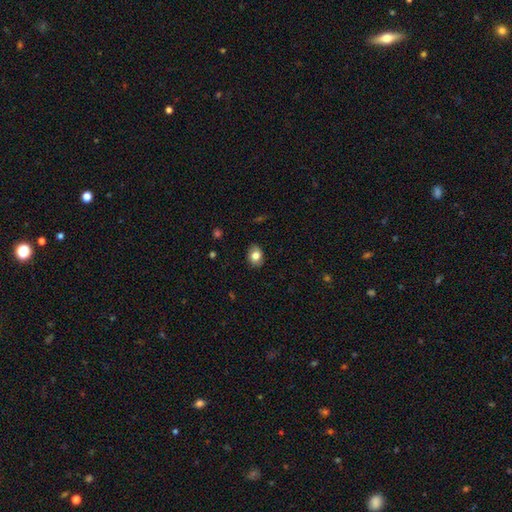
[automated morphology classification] smooth-or-featured: smooth: 81% | featured or disk: 11% | star or artifact: 9%
  how-rounded: in between: 65% | round: 34% | cigar-shaped: 1%
  merging: none: 86% | minor disturbance: 11% | major disturbance: 2% | merger: 1%